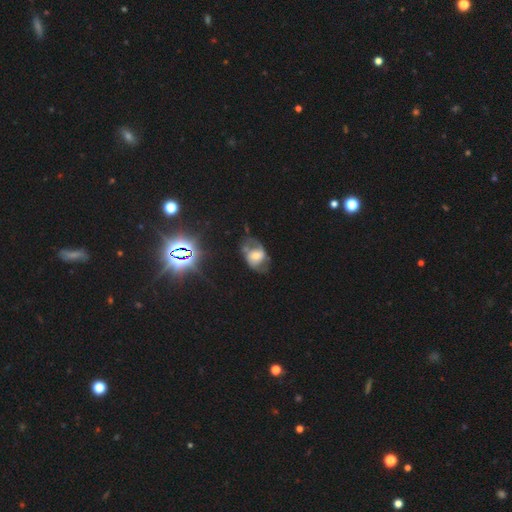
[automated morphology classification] This appears to be a featured or disk galaxy (62%) with no bar (48%), spiral arms (75%) and a moderate central bulge (51%). Merging: none (49%).